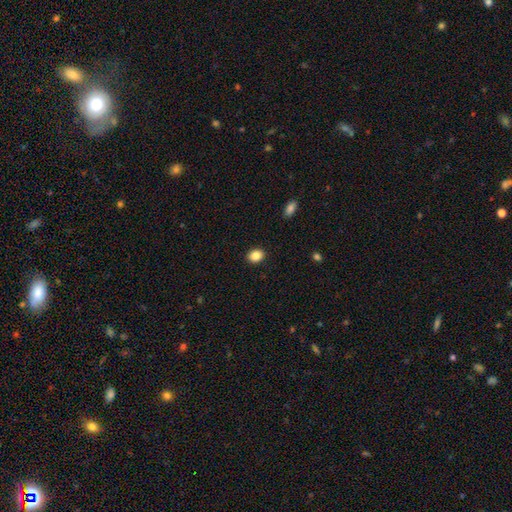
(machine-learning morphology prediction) This is clearly a smooth galaxy (87%). How rounded: possibly in between (56%). Merging: clearly none (90%).